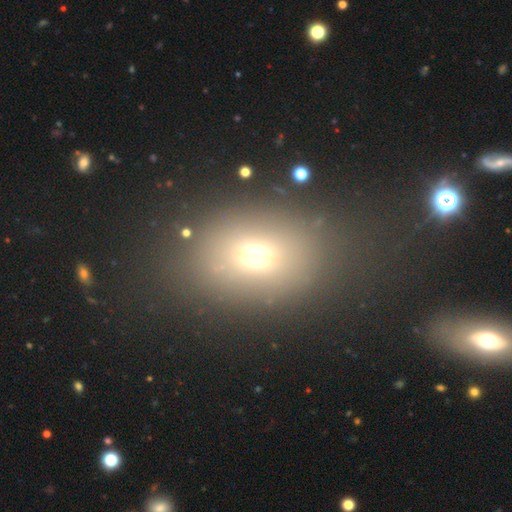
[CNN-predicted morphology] This appears to be a smooth galaxy with no disk features (65%) that is in between round and cigar-shaped (61%). Merging: none (74%).